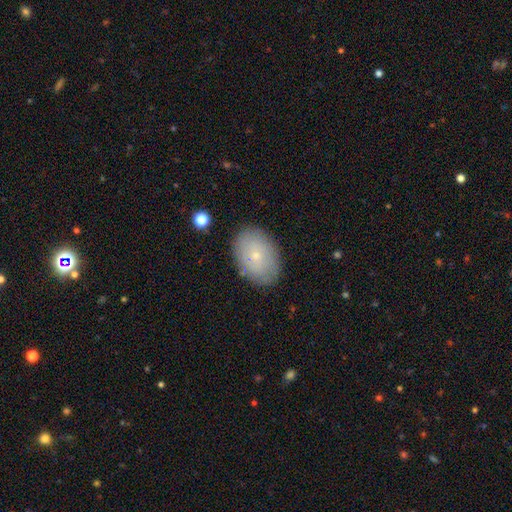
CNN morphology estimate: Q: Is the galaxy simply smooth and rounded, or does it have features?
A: smooth — 65%.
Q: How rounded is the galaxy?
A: in between — 85%.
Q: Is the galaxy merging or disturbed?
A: none — 83%.